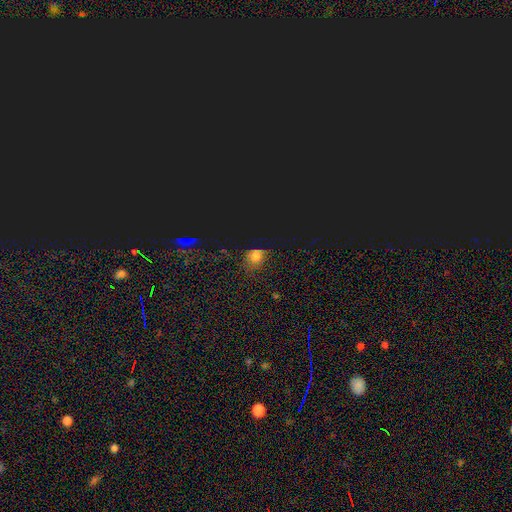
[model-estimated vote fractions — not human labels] Overall: smooth (47%; star or artifact 45%). Merging: none (68%).